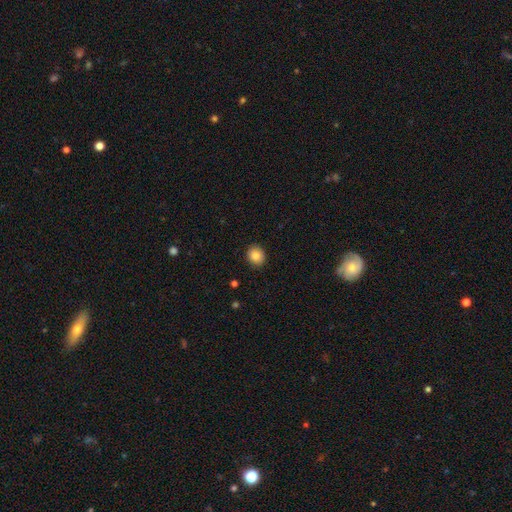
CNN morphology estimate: This is clearly a smooth galaxy (86%). How rounded: likely round (72%). Merging: clearly none (91%).